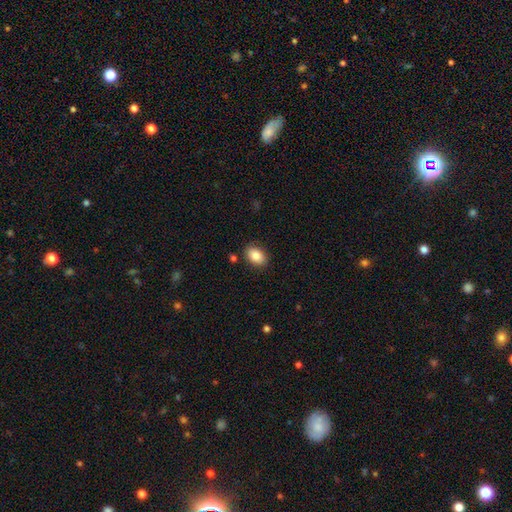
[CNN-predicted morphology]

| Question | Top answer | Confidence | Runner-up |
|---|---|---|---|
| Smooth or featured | smooth | 85% | star or artifact (8%) |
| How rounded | in between | 84% | round (14%) |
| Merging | none | 86% | minor disturbance (9%) |